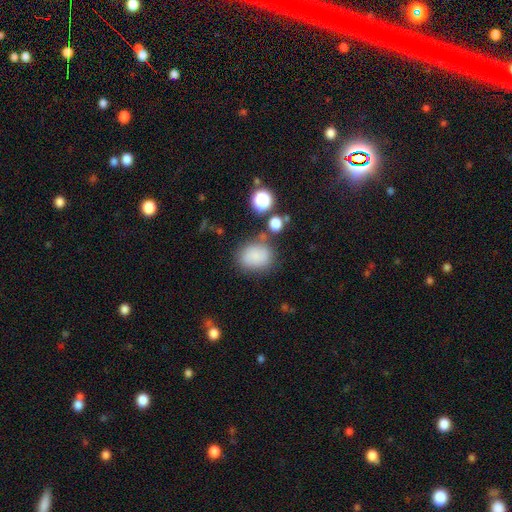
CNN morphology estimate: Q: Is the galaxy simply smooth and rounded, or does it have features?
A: smooth — 79%.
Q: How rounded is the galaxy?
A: in between — 54%.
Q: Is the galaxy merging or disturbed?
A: none — 66%.